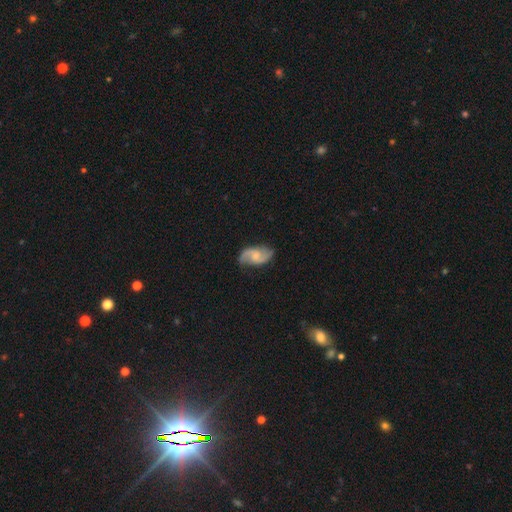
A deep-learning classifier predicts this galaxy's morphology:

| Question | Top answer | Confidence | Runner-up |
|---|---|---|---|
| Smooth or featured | featured or disk | 80% | smooth (15%) |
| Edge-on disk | no | 97% | yes (3%) |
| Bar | no | 53% | weak (41%) |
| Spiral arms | yes | 96% | no (4%) |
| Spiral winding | loose | 47% | medium (41%) |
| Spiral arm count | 2 | 91% | can't tell (4%) |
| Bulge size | small | 45% | moderate (39%) |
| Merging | none | 76% | minor disturbance (17%) |